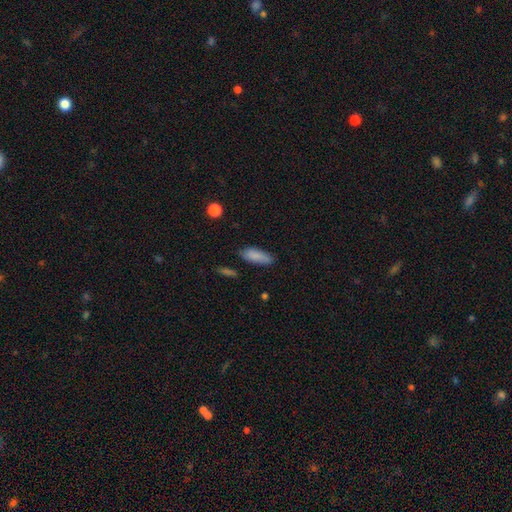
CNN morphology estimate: The model was most divided on "how rounded": in between: 70%, cigar-shaped: 28%, round: 2%. More confident: smooth or featured — smooth (85%); merging — none (79%).